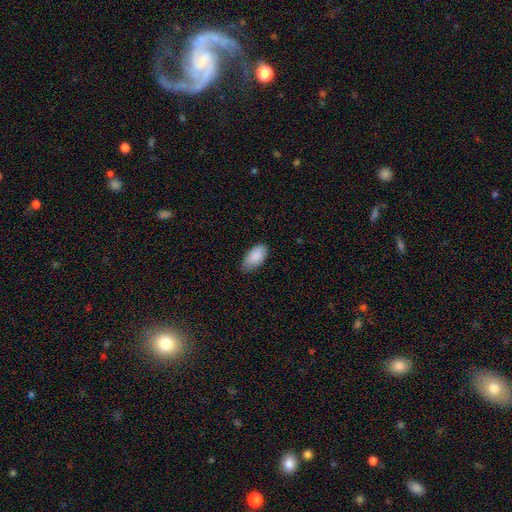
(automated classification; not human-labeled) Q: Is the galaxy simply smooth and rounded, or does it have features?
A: smooth — 89%.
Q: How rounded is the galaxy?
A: in between — 94%.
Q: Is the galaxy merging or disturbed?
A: none — 73%.